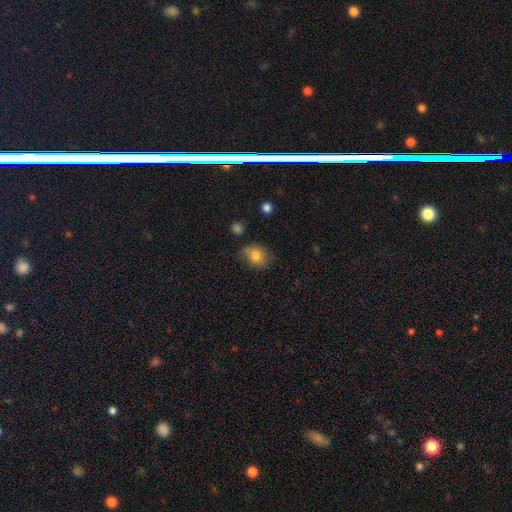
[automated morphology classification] Smooth or featured: smooth — 79% (featured or disk — 11%)
How rounded: round — 56% (in between — 43%)
Merging: none — 66% (minor disturbance — 24%)